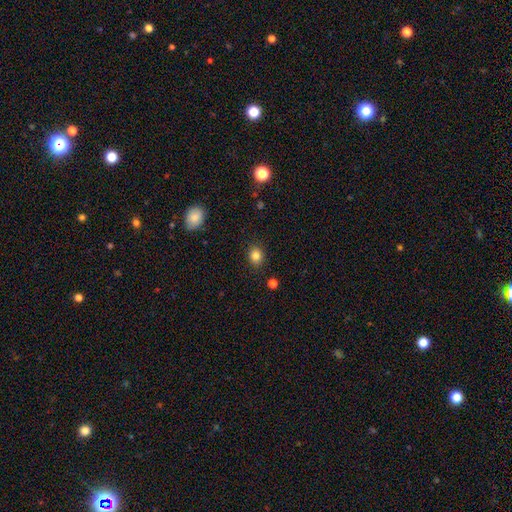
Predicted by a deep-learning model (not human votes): Smooth or featured? smooth (83%)
How rounded? round (64%)
Merging? none (89%)